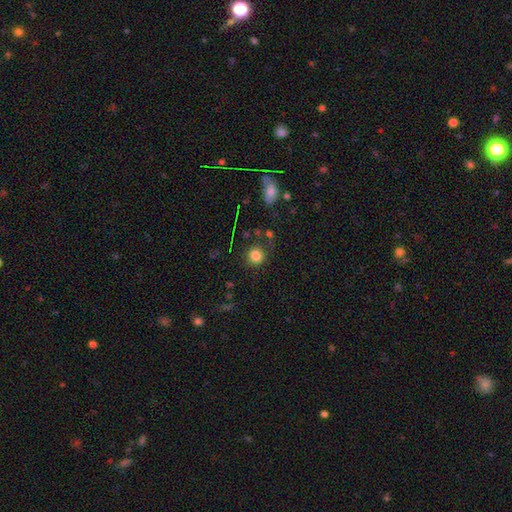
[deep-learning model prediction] Morphology: type=smooth (82%); roundness=round (88%); merging=none (81%).